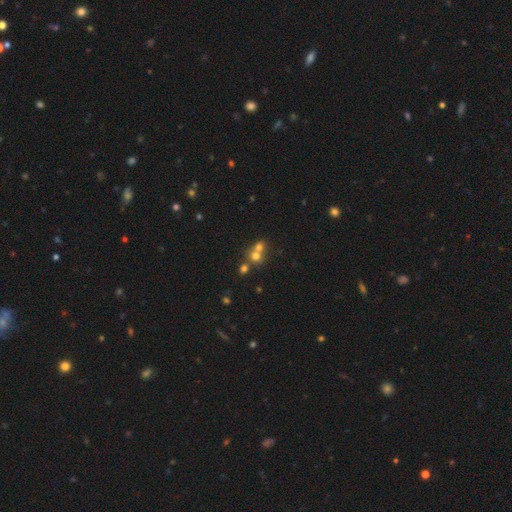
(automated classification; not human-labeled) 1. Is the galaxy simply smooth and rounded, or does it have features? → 65% smooth, 18% star or artifact, 18% featured or disk.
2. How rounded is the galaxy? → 81% round, 18% in between, 1% cigar-shaped.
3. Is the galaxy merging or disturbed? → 57% merger, 35% none, 5% minor disturbance, 3% major disturbance.